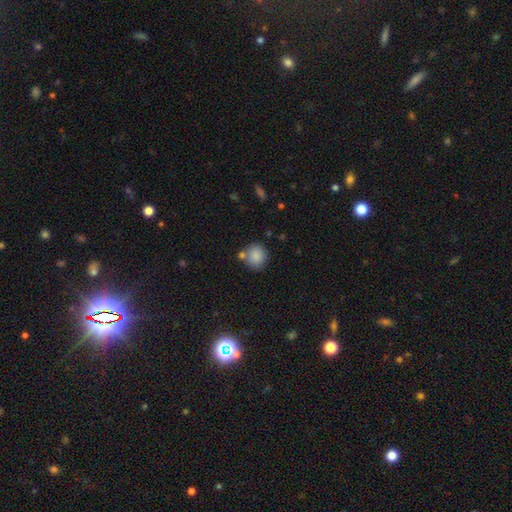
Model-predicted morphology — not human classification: This is clearly a smooth galaxy (87%). How rounded: clearly round (82%). Merging: likely none (69%).